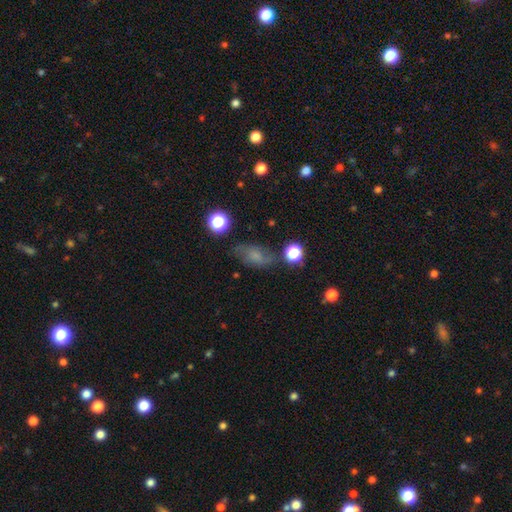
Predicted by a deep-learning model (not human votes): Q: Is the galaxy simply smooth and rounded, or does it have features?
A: smooth — 53%.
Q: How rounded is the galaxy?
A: in between — 78%.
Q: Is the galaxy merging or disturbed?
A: none — 65%.